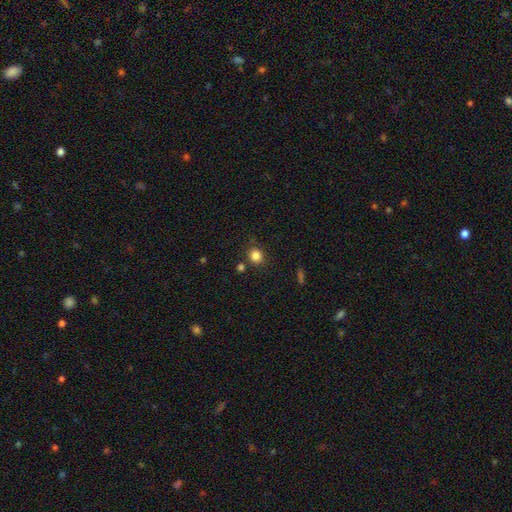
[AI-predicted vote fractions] A smooth galaxy with no disk features (84%) that is round (82%). Merging: none (81%).